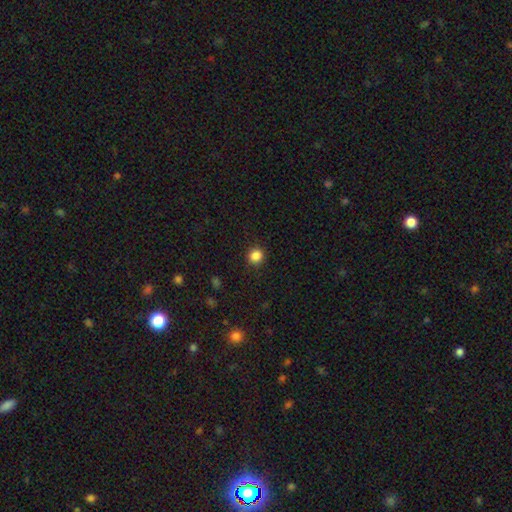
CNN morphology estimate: A smooth galaxy with no disk features (85%) that is round (93%).

Vote fractions:
- Smooth or featured? smooth: 85% / star or artifact: 12% / featured or disk: 4%
- How rounded? round: 93% / in between: 6% / cigar-shaped: 1%
- Merging? none: 91% / minor disturbance: 6% / major disturbance: 2% / merger: 1%